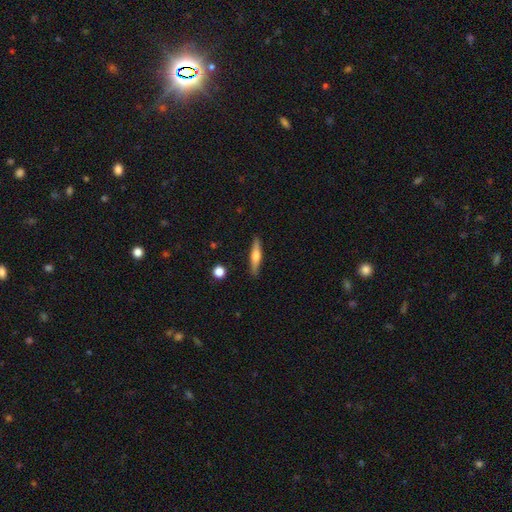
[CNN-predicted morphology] This is possibly a featured or disk galaxy (50%). Merging: clearly none (90%).